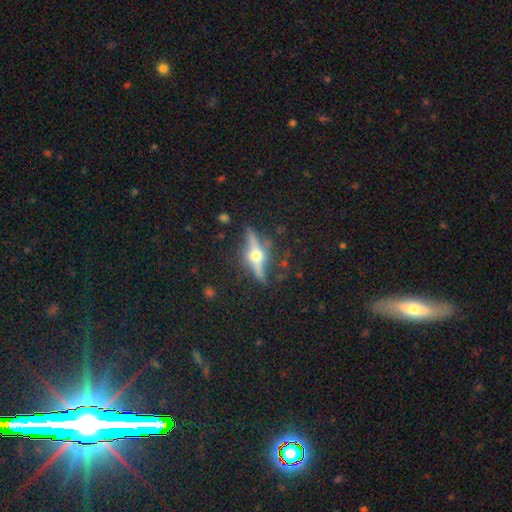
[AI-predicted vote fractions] A featured or disk galaxy (80%) viewed edge-on (92%) with a rounded central bulge (96%). Merging: none (82%).